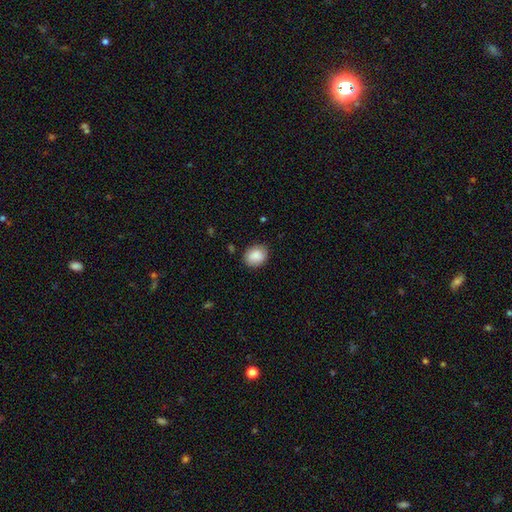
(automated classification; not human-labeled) This appears to be a smooth galaxy with no disk features (88%) that is round (50%). Merging: none (85%).